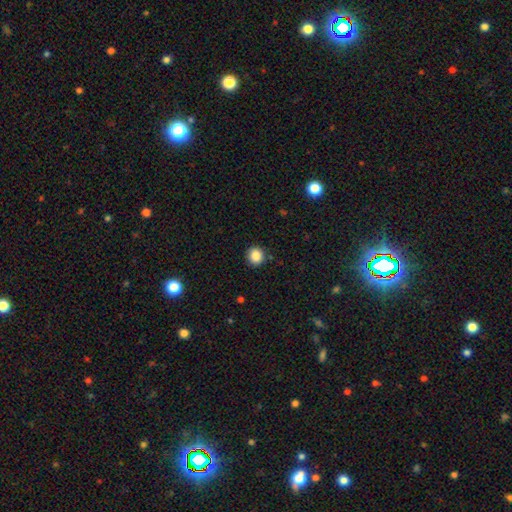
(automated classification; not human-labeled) smooth_or_featured: smooth (p=0.87) [alt: star or artifact p=0.10]
how_rounded: round (p=0.88) [alt: in between p=0.11]
merging: none (p=0.90) [alt: minor disturbance p=0.07]